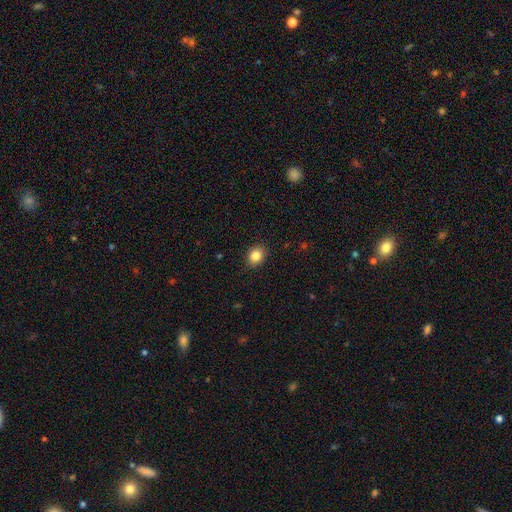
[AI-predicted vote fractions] This is clearly a smooth galaxy (85%). How rounded: possibly round (56%). Merging: clearly none (89%).